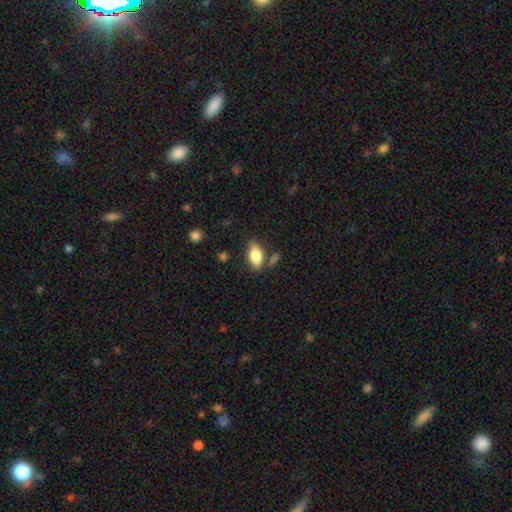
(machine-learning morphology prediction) Smooth or featured? Predicted: smooth (p=0.79). How rounded? Predicted: in between (p=0.89). Merging? Predicted: none (p=0.72).